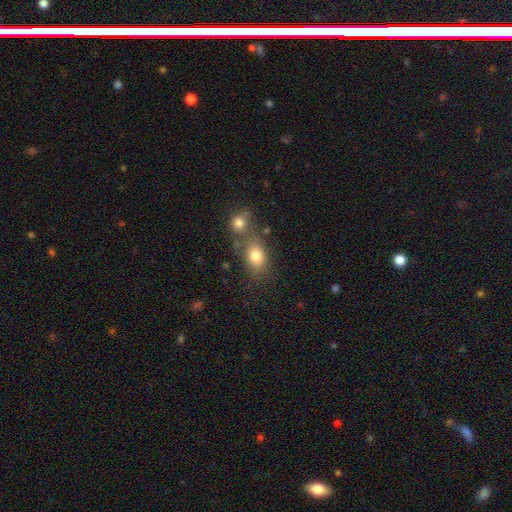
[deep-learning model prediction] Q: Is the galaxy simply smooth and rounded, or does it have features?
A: smooth — 79%.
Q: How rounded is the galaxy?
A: in between — 72%.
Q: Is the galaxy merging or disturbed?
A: none — 56%.